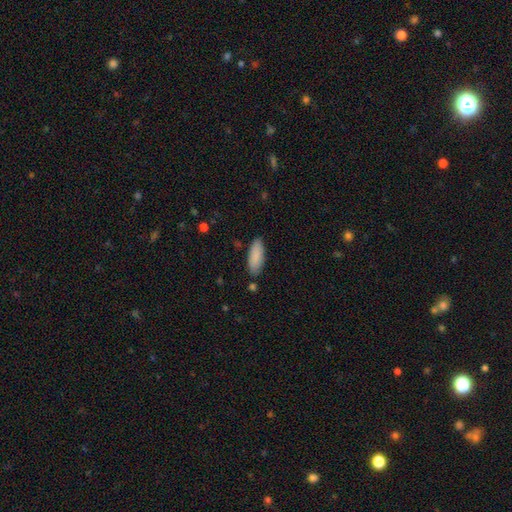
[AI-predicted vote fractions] smooth_or_featured: smooth (p=0.88) [alt: featured or disk p=0.06]
how_rounded: in between (p=0.70) [alt: cigar-shaped p=0.28]
merging: none (p=0.83) [alt: minor disturbance p=0.12]